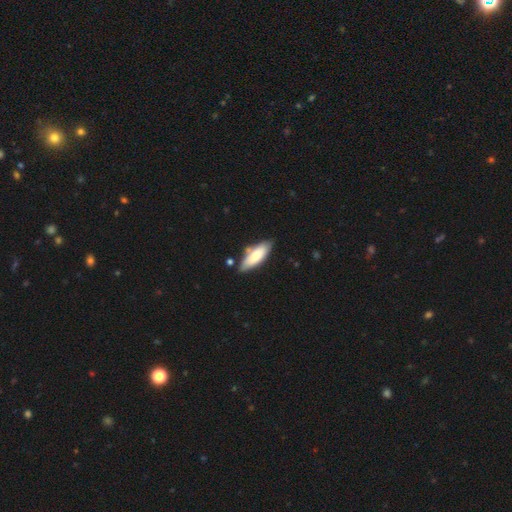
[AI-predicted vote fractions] The model was most divided on "how rounded": in between: 64%, cigar-shaped: 35%, round: 2%. More confident: merging — none (74%); smooth or featured — smooth (72%).